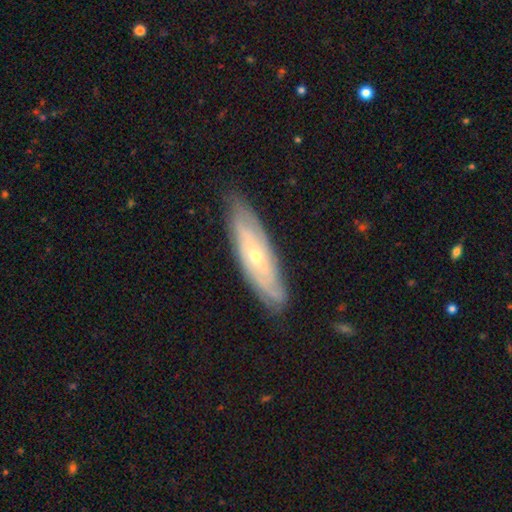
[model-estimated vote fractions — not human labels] Q: Smooth or featured?
A: featured or disk (76%); runner-up: smooth (18%)
Q: Edge-on disk?
A: no (73%); runner-up: yes (27%)
Q: Bar?
A: no (64%); runner-up: weak (27%)
Q: Spiral arms?
A: yes (86%); runner-up: no (14%)
Q: Bulge size?
A: small (64%); runner-up: moderate (33%)
Q: Merging?
A: none (82%); runner-up: minor disturbance (14%)